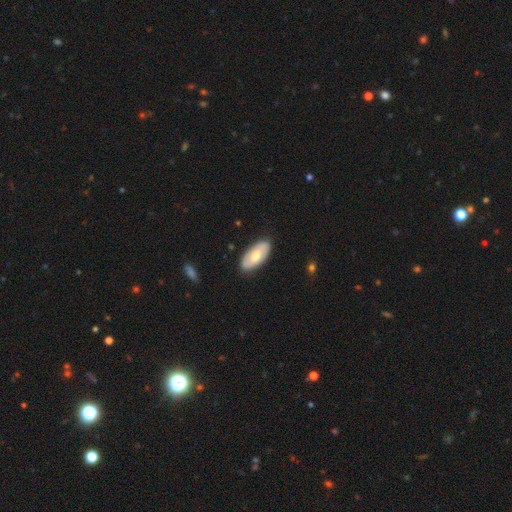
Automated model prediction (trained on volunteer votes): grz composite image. It shows a smooth galaxy with no disk features (49%). Merging: none (87%).